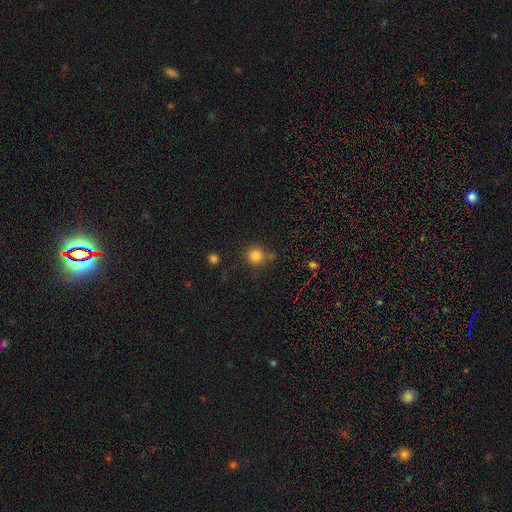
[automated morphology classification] The model was most divided on "merging": none: 72%, minor disturbance: 12%, merger: 11%, major disturbance: 5%. More confident: how rounded — round (91%); smooth or featured — smooth (83%).